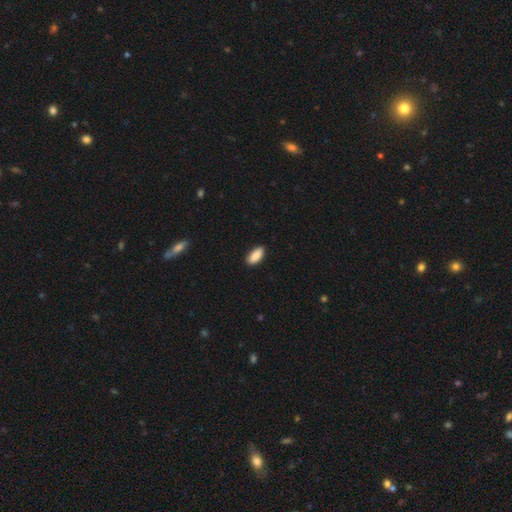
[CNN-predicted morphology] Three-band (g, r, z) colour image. It shows a smooth galaxy with no disk features (90%) that is in between round and cigar-shaped (88%). Merging: none (88%).